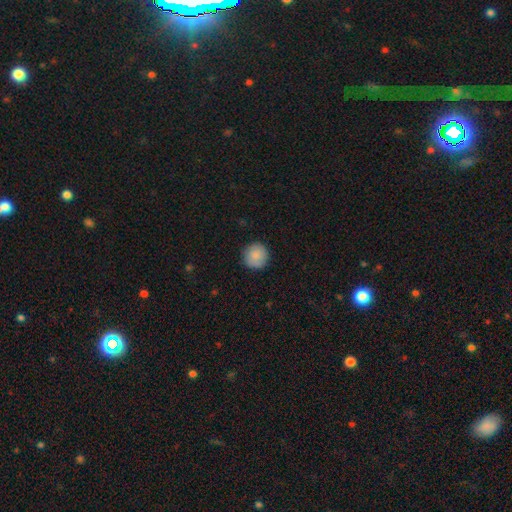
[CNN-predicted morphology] This appears to be a smooth galaxy with no disk features (87%) that is round (95%). Merging: none (89%).